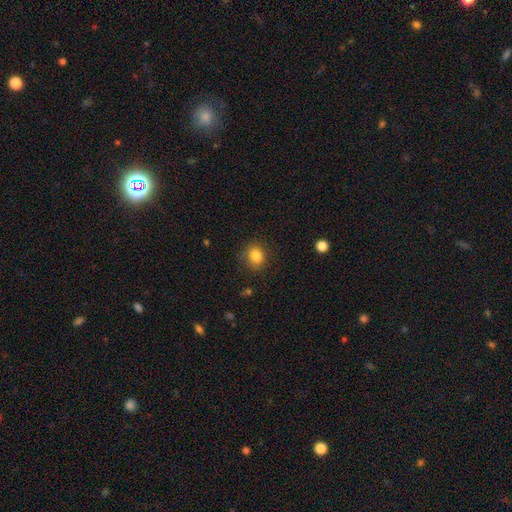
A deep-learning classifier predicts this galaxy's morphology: Smooth or featured?
  - smooth: 84% *
  - star or artifact: 11%
  - featured or disk: 6%
How rounded?
  - round: 79% *
  - in between: 20%
  - cigar-shaped: 1%
Merging?
  - none: 84% *
  - minor disturbance: 12%
  - major disturbance: 3%
  - merger: 1%